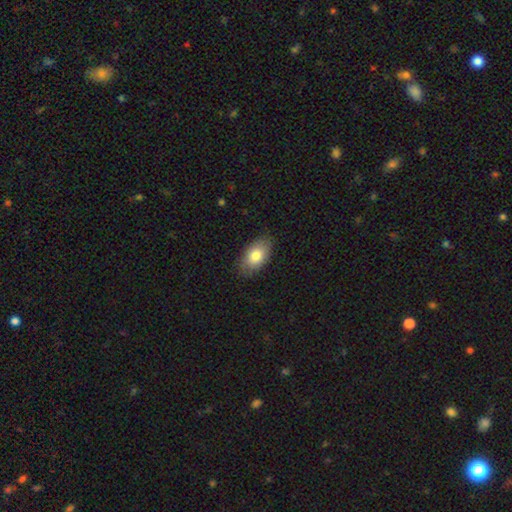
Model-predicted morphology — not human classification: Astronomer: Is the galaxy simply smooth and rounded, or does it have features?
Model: smooth — 80%.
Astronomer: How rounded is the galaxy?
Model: in between — 93%.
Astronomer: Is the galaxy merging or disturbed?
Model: none — 83%.